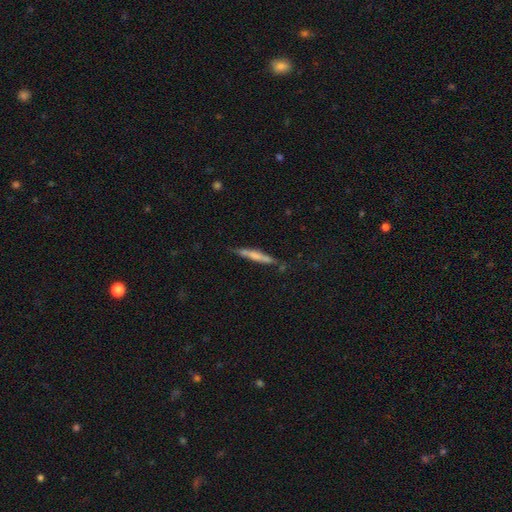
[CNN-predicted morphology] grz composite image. It shows a smooth galaxy with no disk features (53%) that is cigar-shaped (92%). Merging: none (74%).